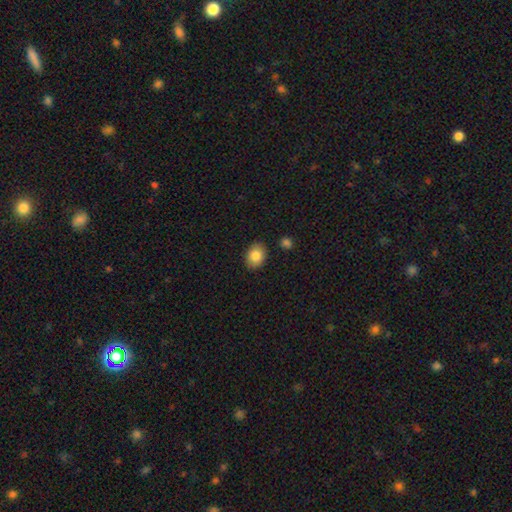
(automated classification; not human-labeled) smooth 85%, featured or disk 8%, star or artifact 8%. Down the decision tree: how rounded — in between (65%); merging — none (86%).